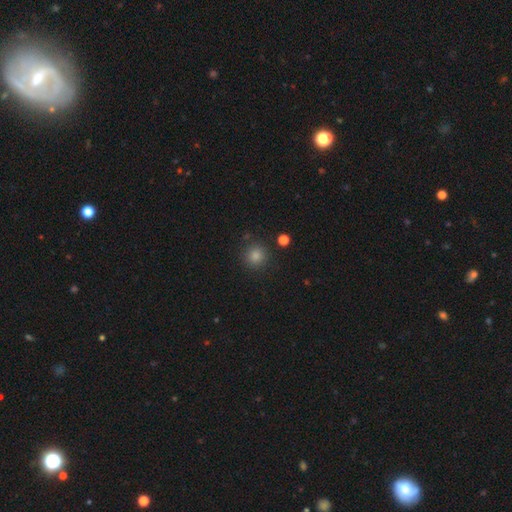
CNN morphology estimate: Overall: smooth (83%). How rounded: round (93%). Merging: none (86%).